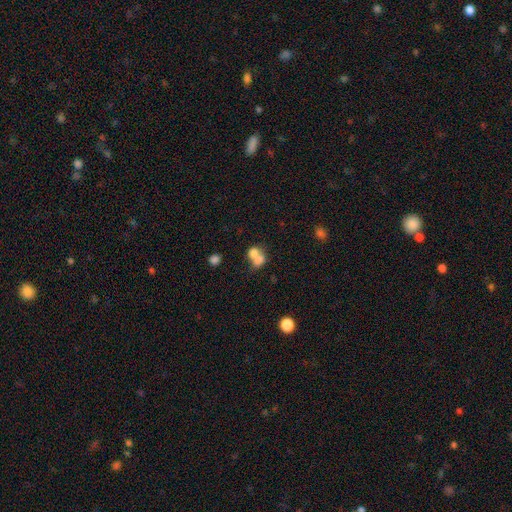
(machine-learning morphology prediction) The model was most divided on "how rounded": round: 52%, in between: 47%, cigar-shaped: 1%. More confident: smooth or featured — smooth (70%); merging — merger (67%).